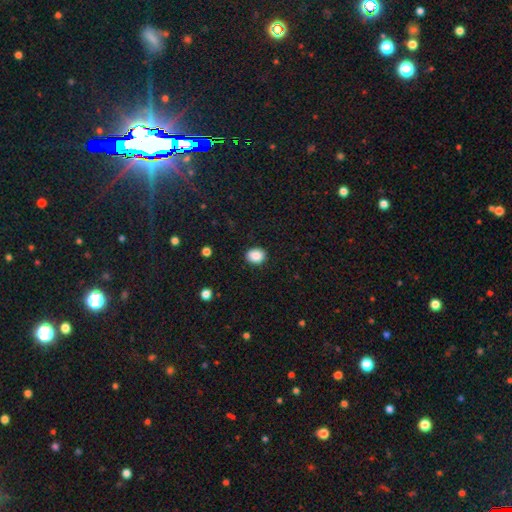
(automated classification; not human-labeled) smooth-or-featured: smooth: 89% | star or artifact: 8% | featured or disk: 3%
  how-rounded: round: 52% | in between: 47% | cigar-shaped: 1%
  merging: none: 89% | minor disturbance: 8% | major disturbance: 2% | merger: 1%